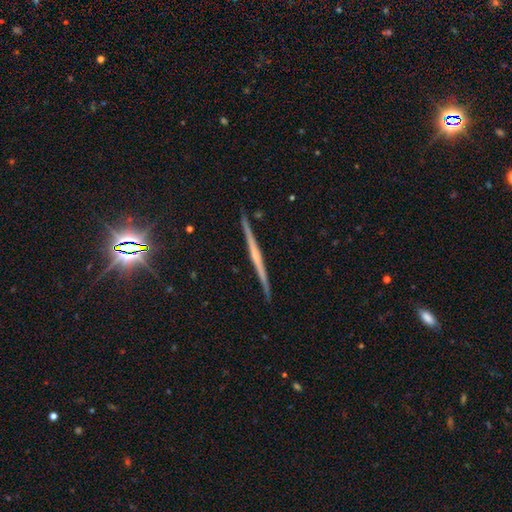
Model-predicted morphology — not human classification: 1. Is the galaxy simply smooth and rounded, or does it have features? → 70% featured or disk, 20% smooth, 9% star or artifact.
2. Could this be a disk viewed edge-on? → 98% yes, 2% no.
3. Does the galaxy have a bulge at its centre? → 62% none, 28% rounded, 10% boxy.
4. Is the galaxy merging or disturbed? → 91% none, 6% minor disturbance, 1% major disturbance, 1% merger.